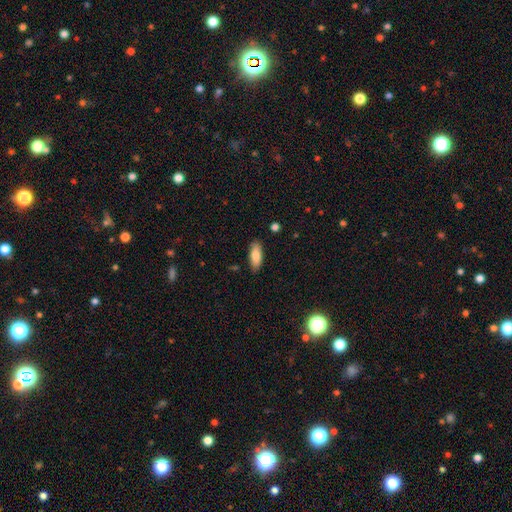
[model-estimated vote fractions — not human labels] smooth-or-featured: smooth: 81% | featured or disk: 12% | star or artifact: 7%
  how-rounded: in between: 74% | cigar-shaped: 24% | round: 2%
  merging: none: 85% | minor disturbance: 11% | major disturbance: 2% | merger: 2%